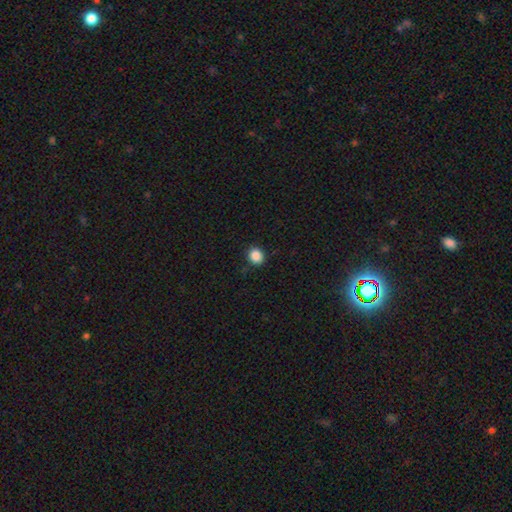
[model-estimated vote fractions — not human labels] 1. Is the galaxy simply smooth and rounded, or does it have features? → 87% smooth, 10% star or artifact, 3% featured or disk.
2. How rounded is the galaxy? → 72% round, 27% in between, 1% cigar-shaped.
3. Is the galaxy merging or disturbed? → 88% none, 9% minor disturbance, 2% major disturbance, 1% merger.